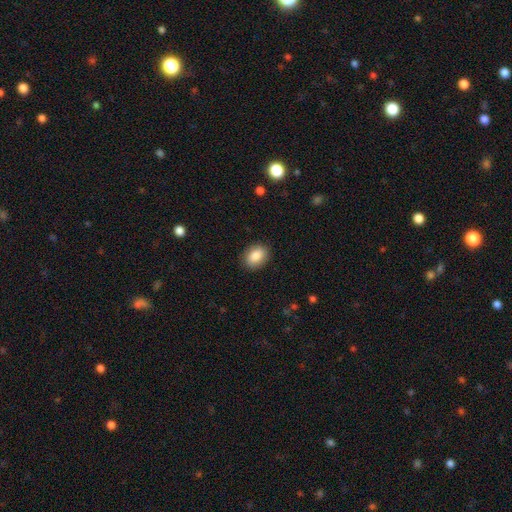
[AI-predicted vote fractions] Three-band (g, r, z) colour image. It shows a smooth galaxy with no disk features (87%) that is in between round and cigar-shaped (76%). Merging: none (88%).